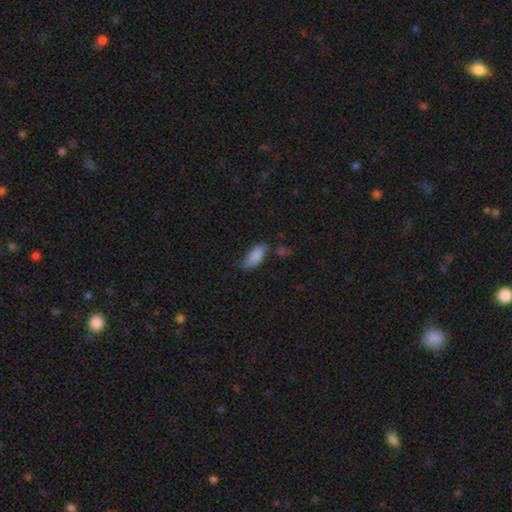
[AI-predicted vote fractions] This is clearly a smooth galaxy (83%). How rounded: likely in between (77%). Merging: possibly none (58%).